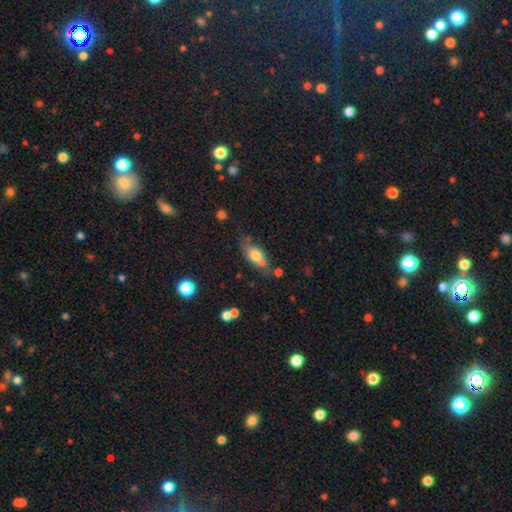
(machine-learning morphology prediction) Smooth or featured? Predicted: smooth (p=0.69). How rounded? Predicted: in between (p=0.78). Merging? Predicted: none (p=0.58).